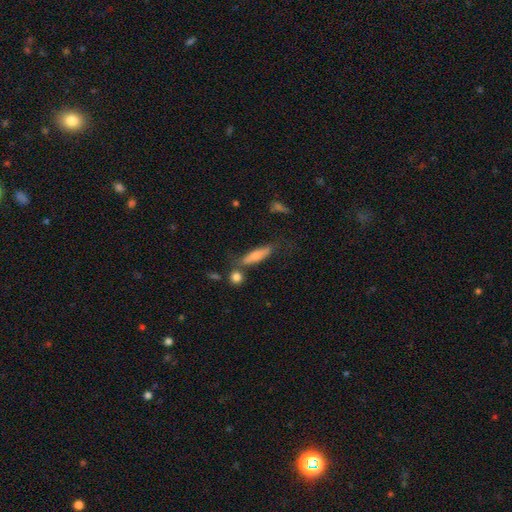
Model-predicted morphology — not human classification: A smooth galaxy with no disk features (70%) that is cigar-shaped (68%).

Vote fractions:
- Smooth or featured? smooth: 70% / featured or disk: 23% / star or artifact: 7%
- How rounded? cigar-shaped: 68% / in between: 29% / round: 3%
- Merging? none: 60% / minor disturbance: 19% / merger: 14% / major disturbance: 7%